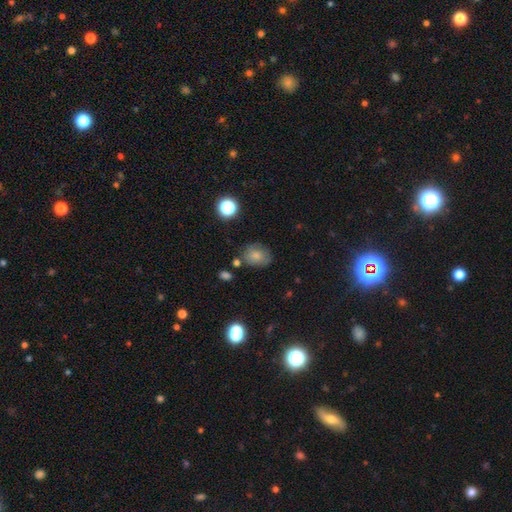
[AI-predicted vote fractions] Smooth or featured? smooth (73%)
How rounded? round (55%)
Merging? none (67%)